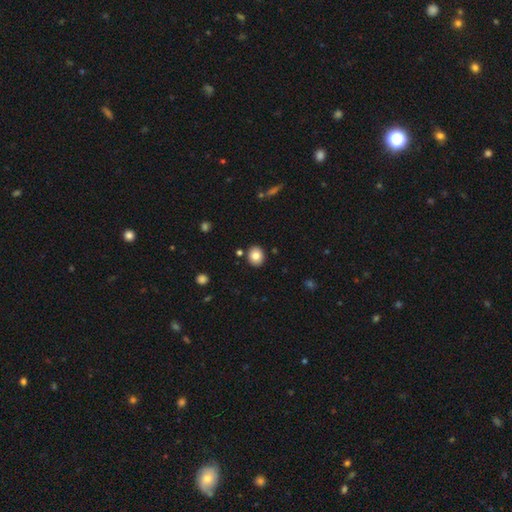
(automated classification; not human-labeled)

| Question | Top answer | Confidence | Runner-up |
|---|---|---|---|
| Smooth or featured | smooth | 82% | star or artifact (9%) |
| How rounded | round | 69% | in between (31%) |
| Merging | none | 88% | minor disturbance (7%) |